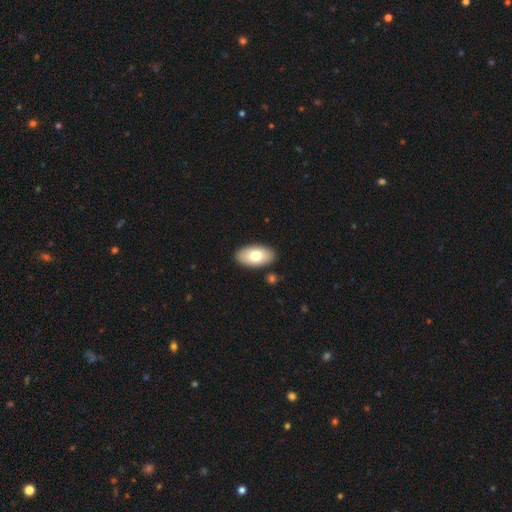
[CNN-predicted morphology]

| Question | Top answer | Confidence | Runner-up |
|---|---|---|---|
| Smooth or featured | smooth | 73% | featured or disk (20%) |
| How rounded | in between | 95% | round (3%) |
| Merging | none | 88% | minor disturbance (8%) |